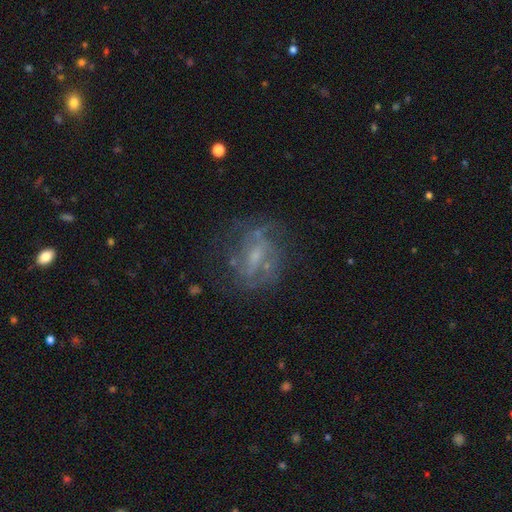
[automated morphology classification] A featured or disk galaxy (66%) with a weak bar (45%), spiral arms (60%) and a small central bulge (52%).

Vote fractions:
- Smooth or featured? featured or disk: 66% / smooth: 21% / star or artifact: 12%
- Edge-on disk? no: 95% / yes: 5%
- Bar? weak: 45% / no: 37% / strong: 18%
- Spiral arms? yes: 60% / no: 40%
- Bulge size? small: 52% / moderate: 25% / none: 19% / large: 2% / dominant: 1%
- Merging? none: 60% / minor disturbance: 19% / major disturbance: 18% / merger: 3%